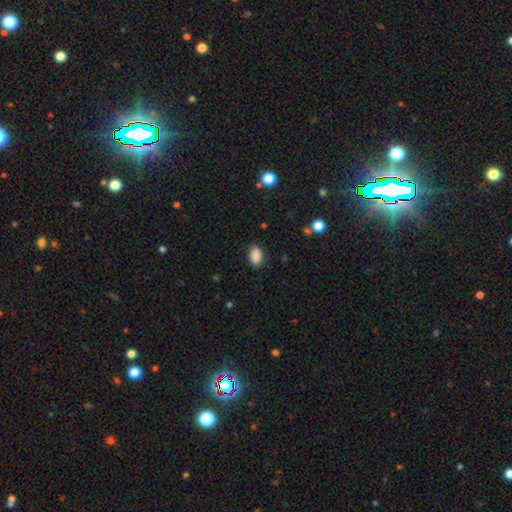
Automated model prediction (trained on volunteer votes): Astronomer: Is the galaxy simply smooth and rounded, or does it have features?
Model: smooth — 87%.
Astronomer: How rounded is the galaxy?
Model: in between — 89%.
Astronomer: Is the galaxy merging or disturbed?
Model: none — 84%.